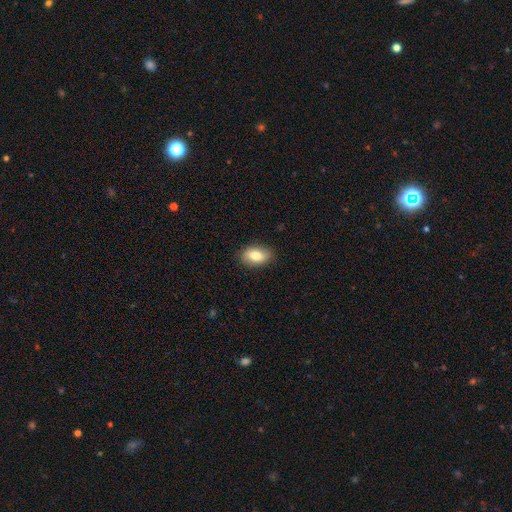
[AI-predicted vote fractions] Smooth or featured?
  - smooth: 78% *
  - featured or disk: 15%
  - star or artifact: 7%
How rounded?
  - in between: 90% *
  - round: 8%
  - cigar-shaped: 2%
Merging?
  - none: 86% *
  - minor disturbance: 11%
  - major disturbance: 2%
  - merger: 1%